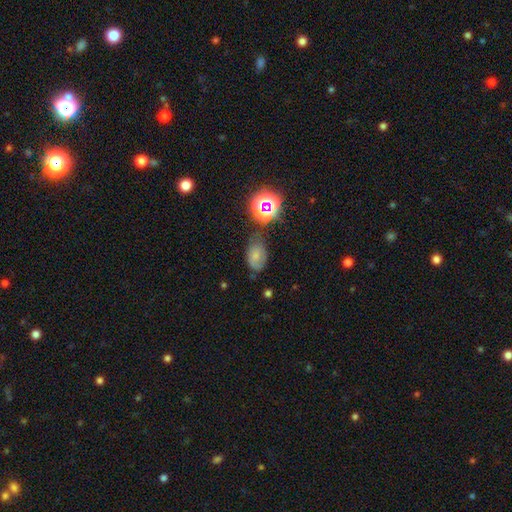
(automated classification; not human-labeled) Q: Smooth or featured?
A: smooth (60%); runner-up: featured or disk (20%)
Q: How rounded?
A: in between (84%); runner-up: round (14%)
Q: Merging?
A: none (57%); runner-up: minor disturbance (28%)